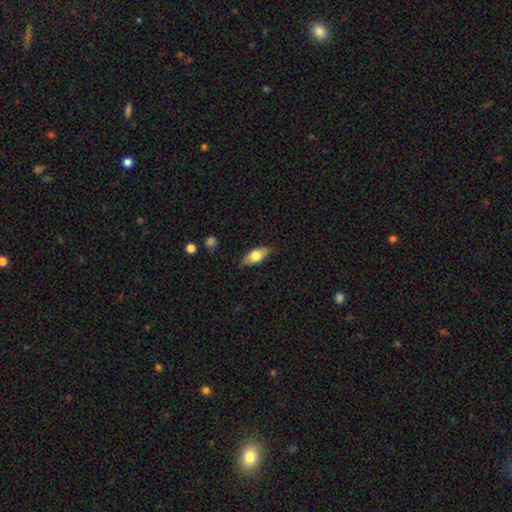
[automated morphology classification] This is likely a smooth galaxy (69%). How rounded: clearly in between (83%). Merging: likely none (79%).